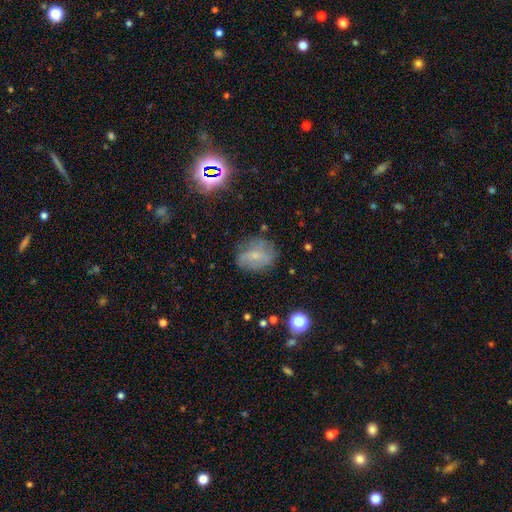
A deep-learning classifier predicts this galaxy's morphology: Smooth or featured?
  - smooth: 48% *
  - featured or disk: 39%
  - star or artifact: 13%
Merging?
  - none: 67% *
  - minor disturbance: 23%
  - major disturbance: 9%
  - merger: 2%